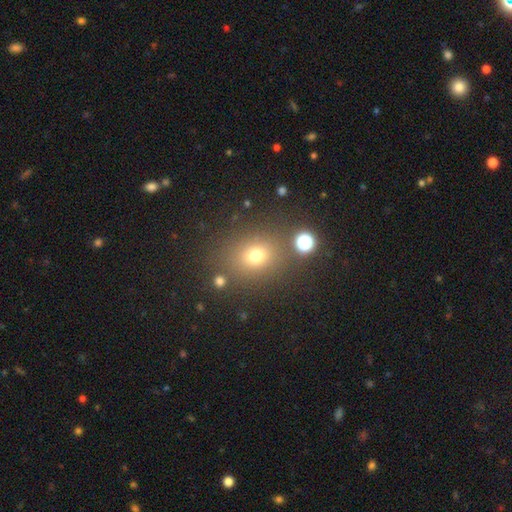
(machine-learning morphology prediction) The model was most divided on "how rounded": round: 69%, in between: 30%, cigar-shaped: 1%. More confident: merging — none (79%); smooth or featured — smooth (70%).